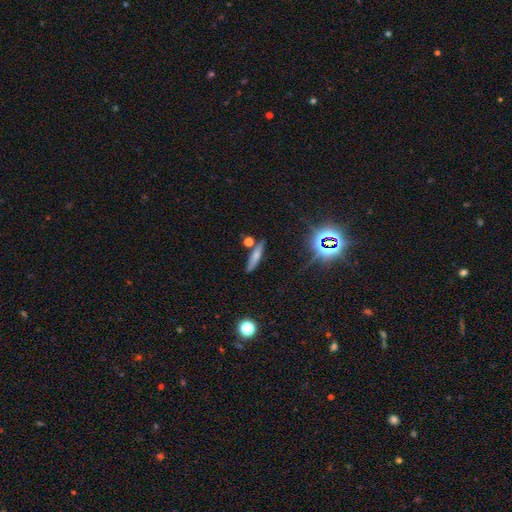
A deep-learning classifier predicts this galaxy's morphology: The model was most divided on "smooth or featured": smooth: 59%, featured or disk: 26%, star or artifact: 14%. More confident: how rounded — cigar-shaped (79%); merging — none (76%).